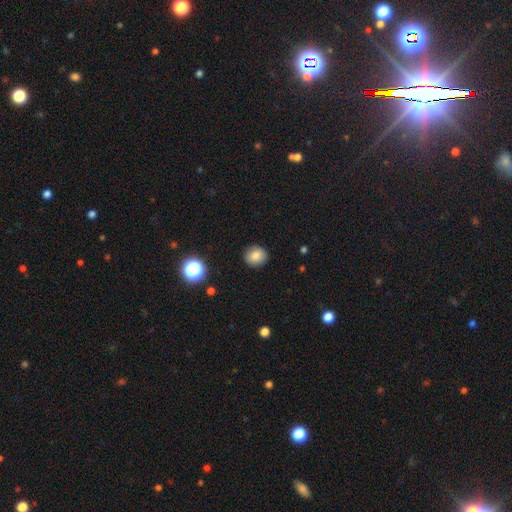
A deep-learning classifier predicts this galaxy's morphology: A smooth galaxy with no disk features (82%) that is round (81%). Merging: none (90%).